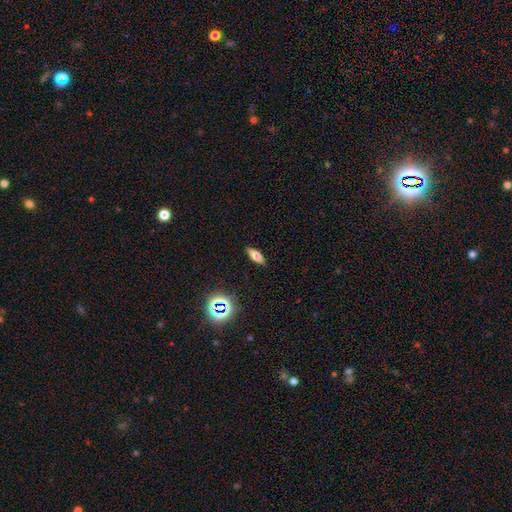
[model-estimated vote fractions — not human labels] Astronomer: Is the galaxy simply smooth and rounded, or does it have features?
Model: smooth — 53% (runner-up: featured or disk, 34%).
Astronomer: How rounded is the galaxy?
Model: in between — 51% (runner-up: cigar-shaped, 45%).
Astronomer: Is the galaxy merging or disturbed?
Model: none — 88%.